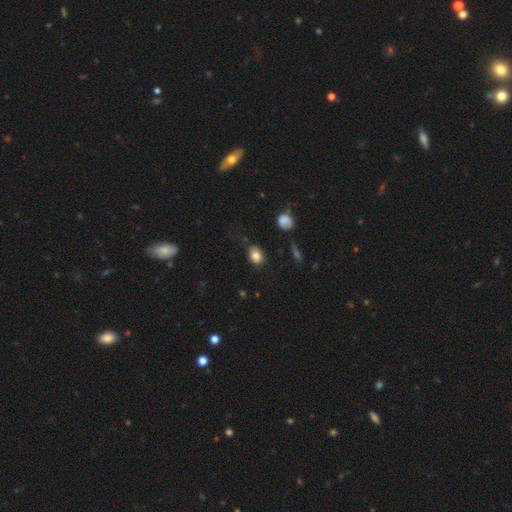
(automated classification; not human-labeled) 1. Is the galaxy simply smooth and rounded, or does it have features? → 84% smooth, 9% star or artifact, 7% featured or disk.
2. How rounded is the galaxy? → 68% in between, 31% round, 1% cigar-shaped.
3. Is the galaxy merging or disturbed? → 79% none, 15% minor disturbance, 4% major disturbance, 2% merger.